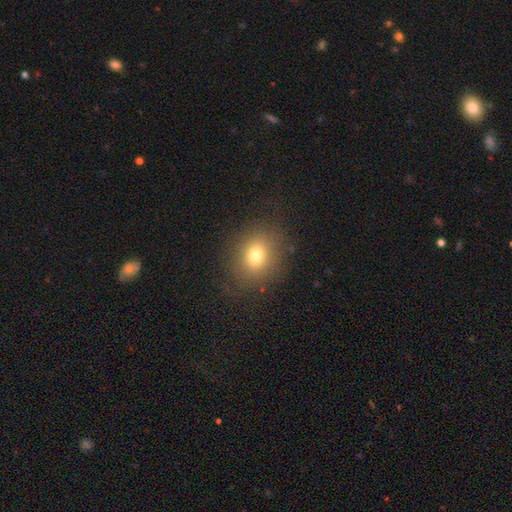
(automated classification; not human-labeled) smooth 75%, star or artifact 14%, featured or disk 11%. Down the decision tree: how rounded — round (62%); merging — none (83%).